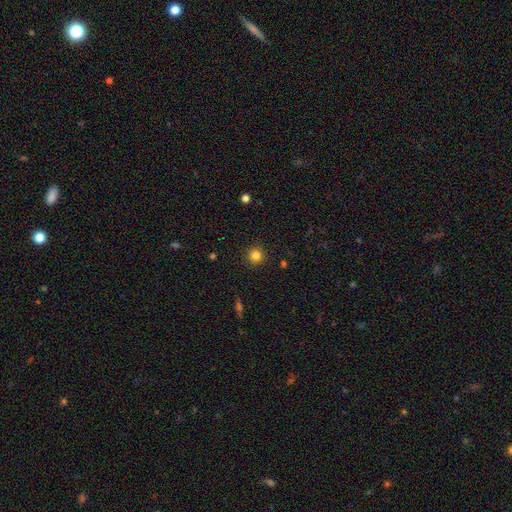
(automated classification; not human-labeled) smooth 82%, star or artifact 13%, featured or disk 5%. Down the decision tree: how rounded — round (95%); merging — none (91%).